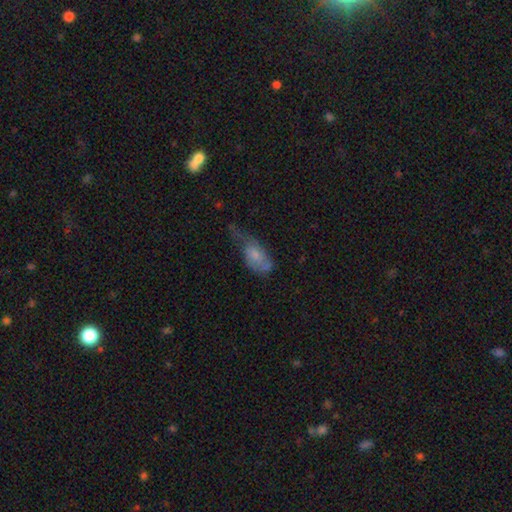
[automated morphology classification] The model was most divided on "merging": minor disturbance: 36%, major disturbance: 33%, none: 25%, merger: 6%. More confident: how rounded — in between (88%); smooth or featured — smooth (62%).